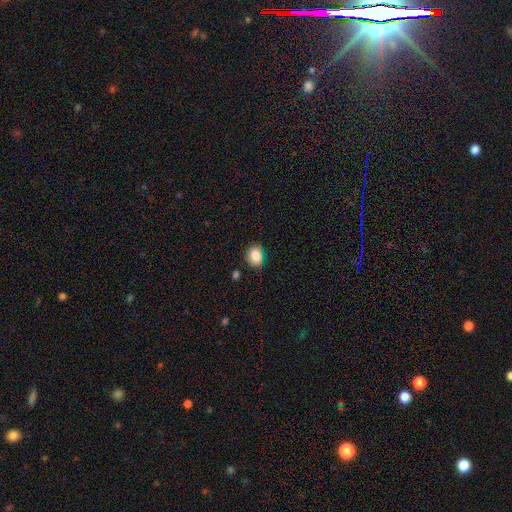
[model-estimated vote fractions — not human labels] Smooth or featured? smooth (83%)
How rounded? round (57%)
Merging? none (77%)